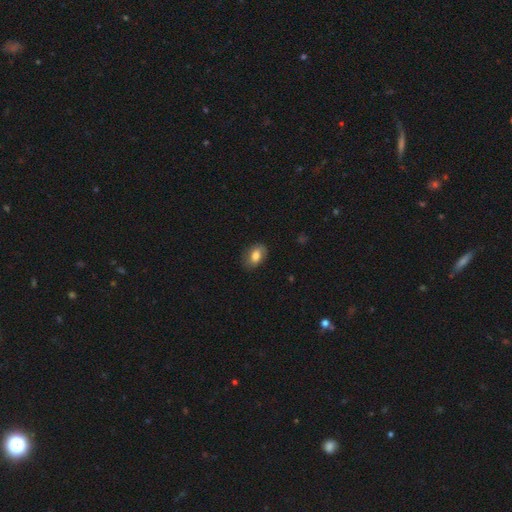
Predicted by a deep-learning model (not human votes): smooth_or_featured: smooth (p=0.76) [alt: featured or disk p=0.16]
how_rounded: in between (p=0.83) [alt: round p=0.16]
merging: none (p=0.78) [alt: minor disturbance p=0.17]